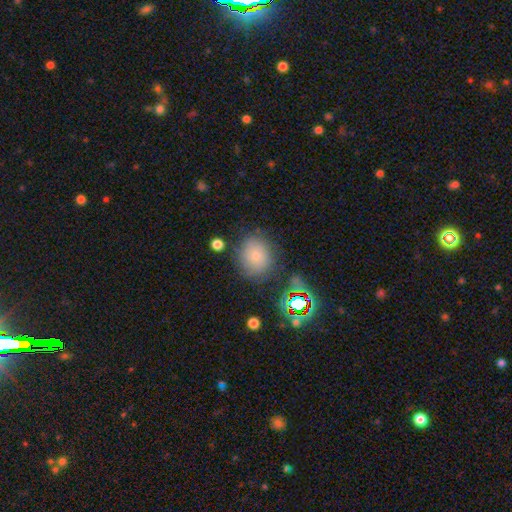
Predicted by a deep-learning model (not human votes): Smooth or featured? smooth (70%)
How rounded? round (71%)
Merging? none (71%)